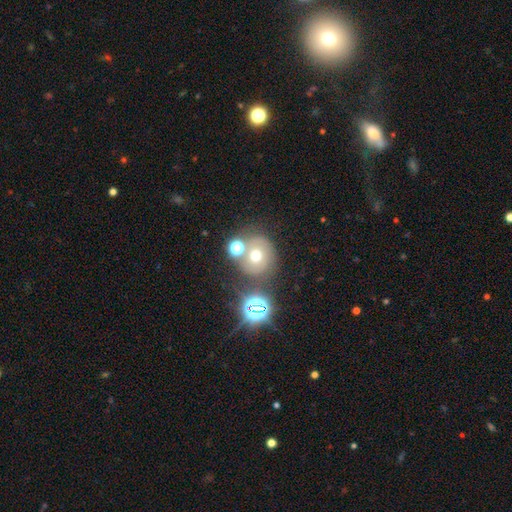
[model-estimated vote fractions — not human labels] Smooth or featured?
  - smooth: 47% *
  - featured or disk: 27%
  - star or artifact: 26%
Merging?
  - none: 57% *
  - merger: 23%
  - minor disturbance: 13%
  - major disturbance: 7%